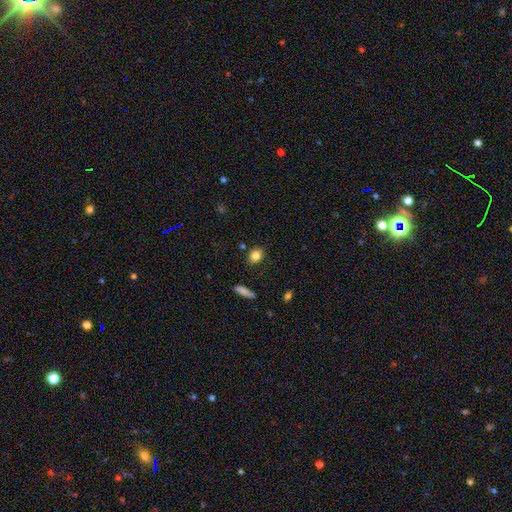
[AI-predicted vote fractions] Smooth or featured? smooth (83%)
How rounded? in between (55%)
Merging? none (85%)